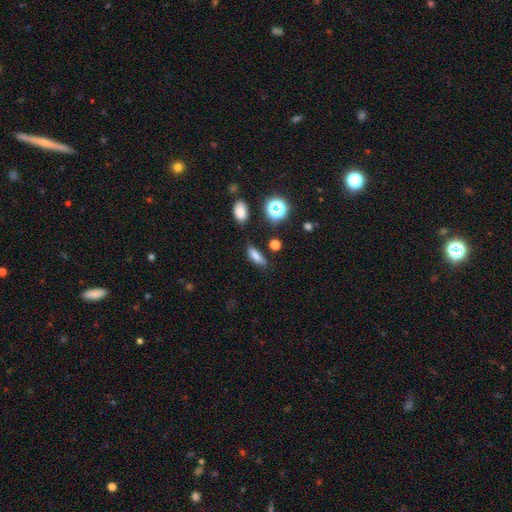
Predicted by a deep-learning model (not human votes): smooth-or-featured: smooth: 74% | star or artifact: 15% | featured or disk: 11%
  how-rounded: in between: 56% | cigar-shaped: 37% | round: 7%
  merging: none: 74% | minor disturbance: 17% | major disturbance: 5% | merger: 5%